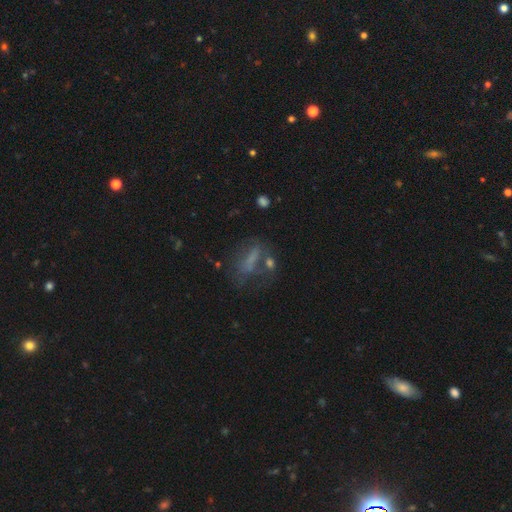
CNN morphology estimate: type=smooth (42%); merging=none (57%).